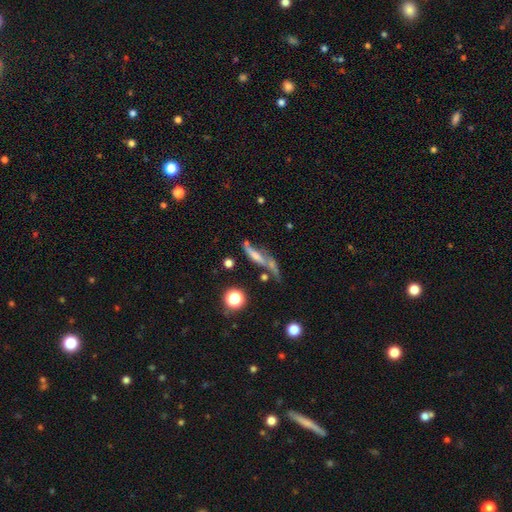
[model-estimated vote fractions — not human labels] A featured or disk galaxy (45%). Merging: none (38%).